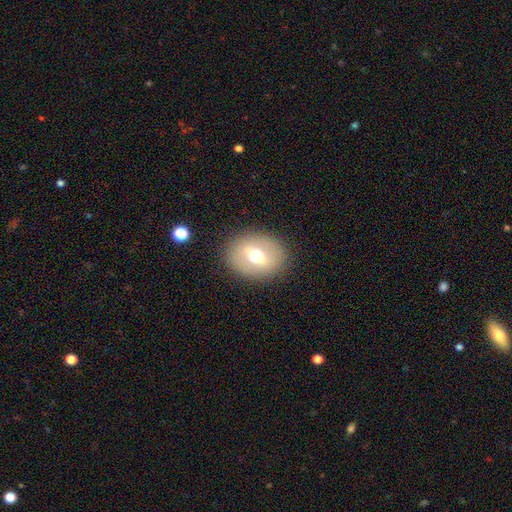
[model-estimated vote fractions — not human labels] Morphology: type=smooth (58%); roundness=round (55%); merging=none (85%).